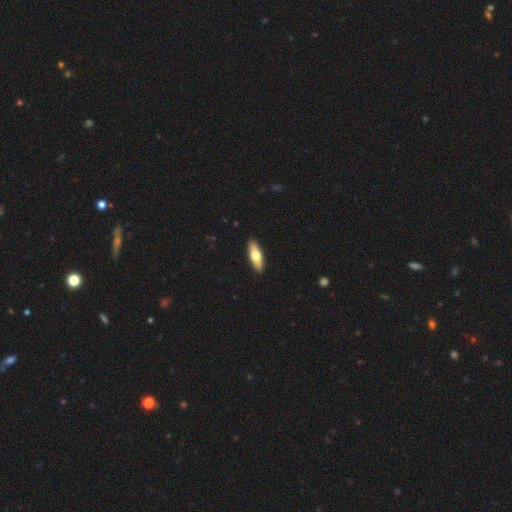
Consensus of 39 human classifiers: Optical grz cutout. It shows a smooth galaxy with no disk features (56%) that is in between round and cigar-shaped (64%). Merging: none (87%).